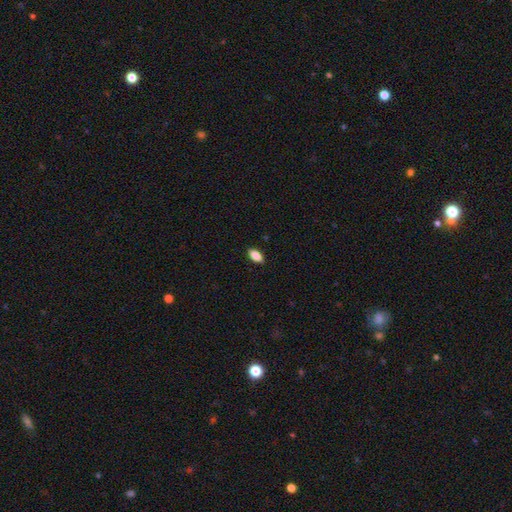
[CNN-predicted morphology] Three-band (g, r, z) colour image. It shows a smooth galaxy with no disk features (87%) that is in between round and cigar-shaped (91%). Merging: none (89%).